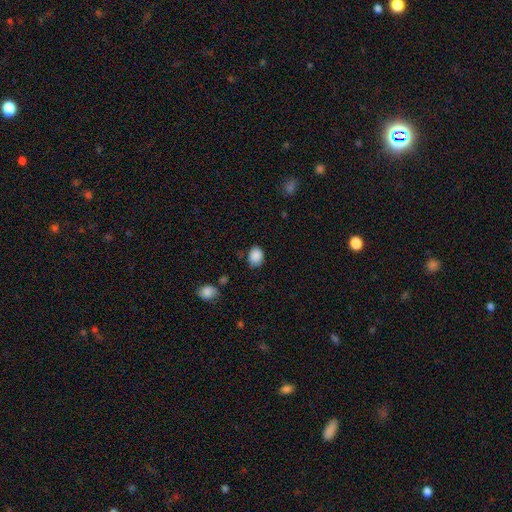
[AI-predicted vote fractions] smooth-or-featured: smooth: 88% | star or artifact: 9% | featured or disk: 4%
  how-rounded: in between: 58% | round: 41% | cigar-shaped: 1%
  merging: none: 75% | minor disturbance: 19% | major disturbance: 4% | merger: 2%